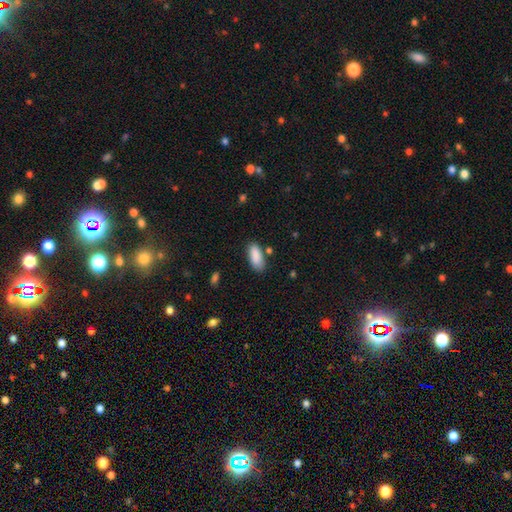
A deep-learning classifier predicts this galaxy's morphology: smooth_or_featured: smooth (p=0.89) [alt: star or artifact p=0.07]
how_rounded: in between (p=0.84) [alt: cigar-shaped p=0.14]
merging: none (p=0.78) [alt: minor disturbance p=0.15]